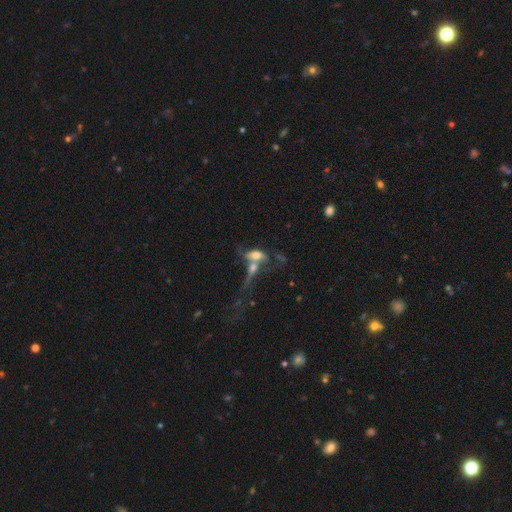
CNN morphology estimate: A smooth galaxy with no disk features (51%) that is in between round and cigar-shaped (79%).

Vote fractions:
- Smooth or featured? smooth: 51% / featured or disk: 38% / star or artifact: 12%
- How rounded? in between: 79% / cigar-shaped: 14% / round: 7%
- Merging? merger: 58% / none: 21% / major disturbance: 12% / minor disturbance: 10%